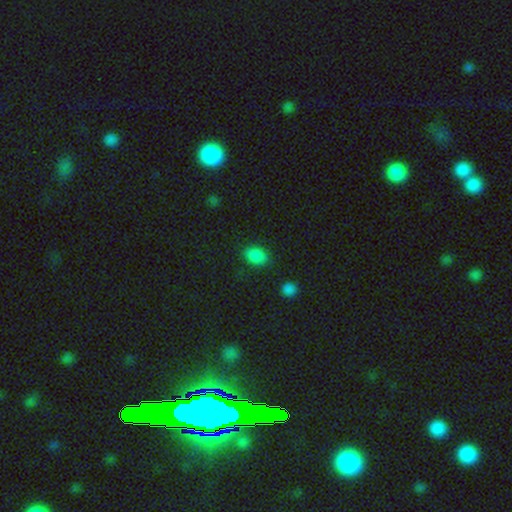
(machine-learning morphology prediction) The model was most divided on "how rounded": in between: 78%, round: 21%, cigar-shaped: 1%. More confident: merging — none (85%); smooth or featured — smooth (84%).